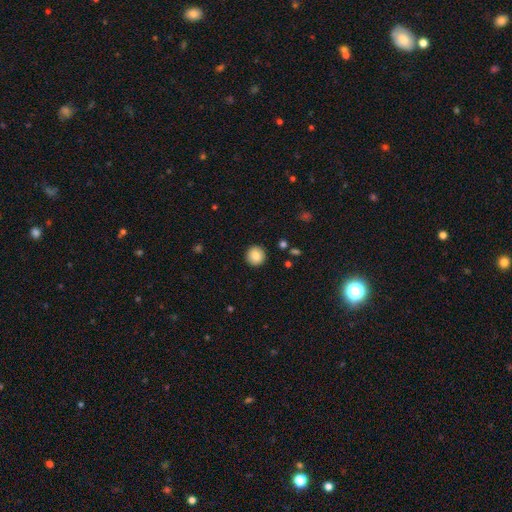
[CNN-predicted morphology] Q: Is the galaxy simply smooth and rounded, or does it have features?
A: smooth — 86%.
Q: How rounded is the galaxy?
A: round — 94%.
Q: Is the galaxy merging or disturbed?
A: none — 92%.